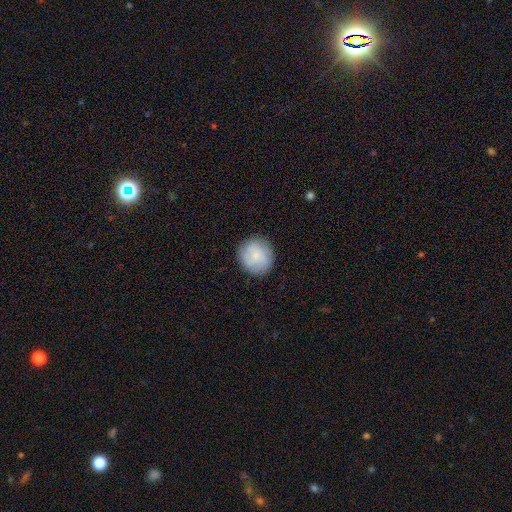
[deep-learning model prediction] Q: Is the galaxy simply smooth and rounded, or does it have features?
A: smooth — 80%.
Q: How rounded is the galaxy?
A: round — 92%.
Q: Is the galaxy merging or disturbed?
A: none — 88%.